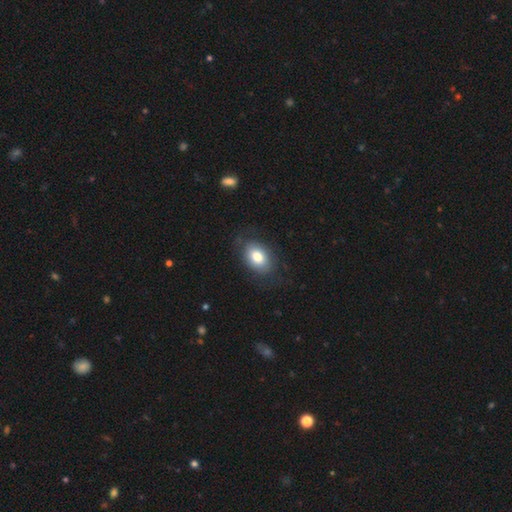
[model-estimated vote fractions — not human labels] A smooth galaxy with no disk features (77%) that is in between round and cigar-shaped (82%).

Vote fractions:
- Smooth or featured? smooth: 77% / featured or disk: 16% / star or artifact: 7%
- How rounded? in between: 82% / round: 17% / cigar-shaped: 1%
- Merging? none: 75% / minor disturbance: 16% / major disturbance: 8% / merger: 1%